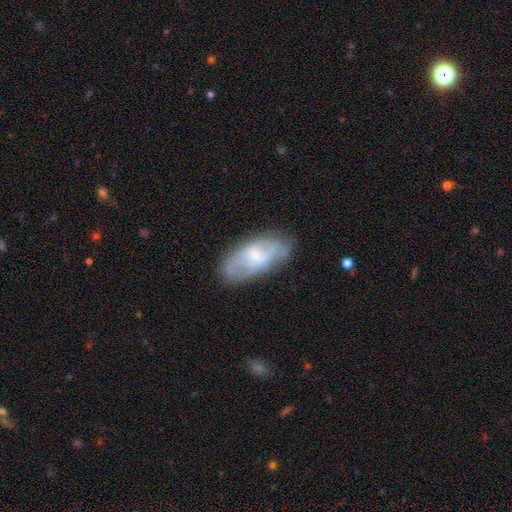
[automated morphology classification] Smooth or featured: featured or disk — 48% (smooth — 45%)
Merging: none — 68% (minor disturbance — 22%)